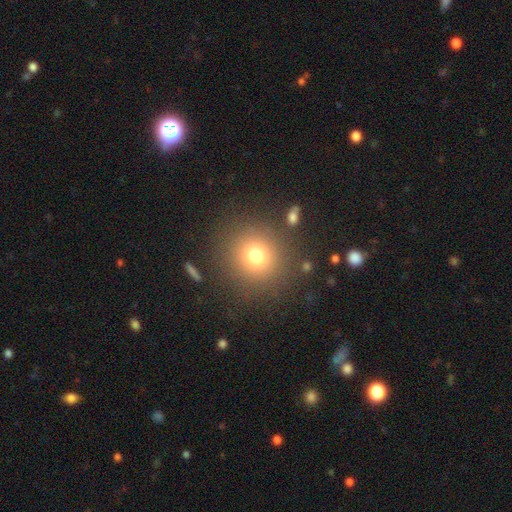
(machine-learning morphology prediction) smooth_or_featured: smooth (p=0.74) [alt: star or artifact p=0.16]
how_rounded: round (p=0.90) [alt: in between p=0.09]
merging: none (p=0.85) [alt: minor disturbance p=0.08]